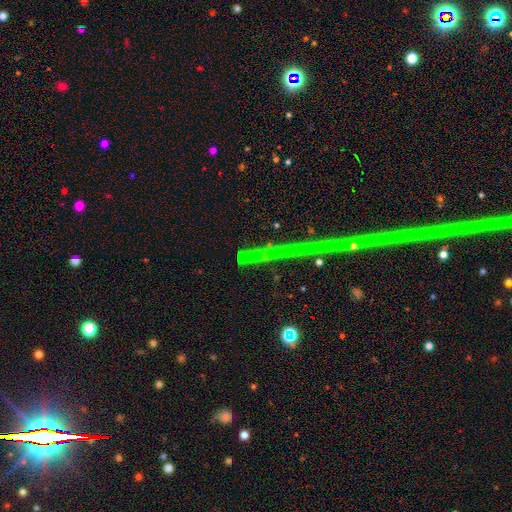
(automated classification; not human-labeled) This appears to be a star or artifact, not a galaxy (52%).